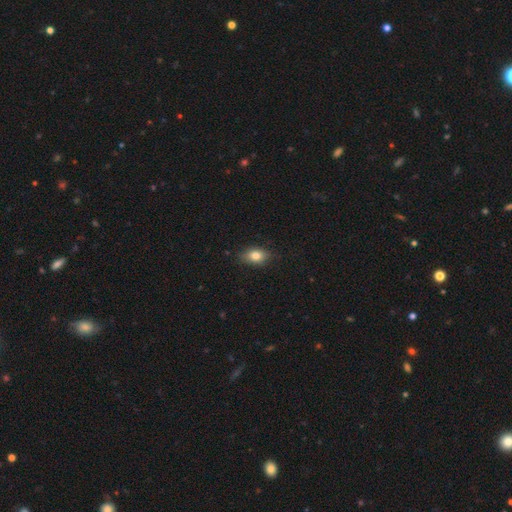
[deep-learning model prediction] Morphology: type=smooth (81%); roundness=in between (81%); merging=none (81%).